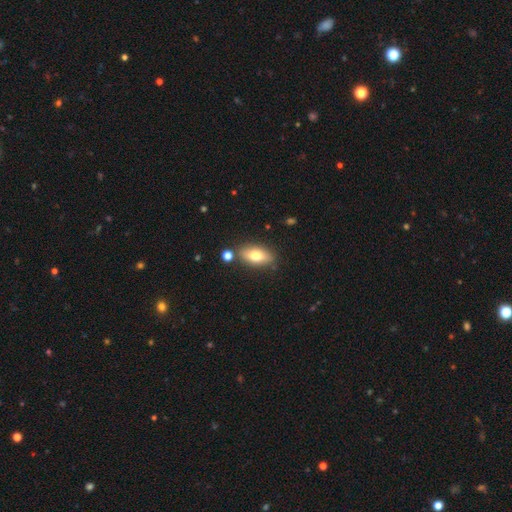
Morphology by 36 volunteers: A smooth galaxy with no disk features (86%) that is in between round and cigar-shaped (100%).

Vote fractions:
- Smooth or featured? smooth: 86% / featured or disk: 11% / star or artifact: 3%
- How rounded? in between: 100% / round: 0% / cigar-shaped: 0%
- Merging? none: 74% / minor disturbance: 23% / merger: 3% / major disturbance: 0%